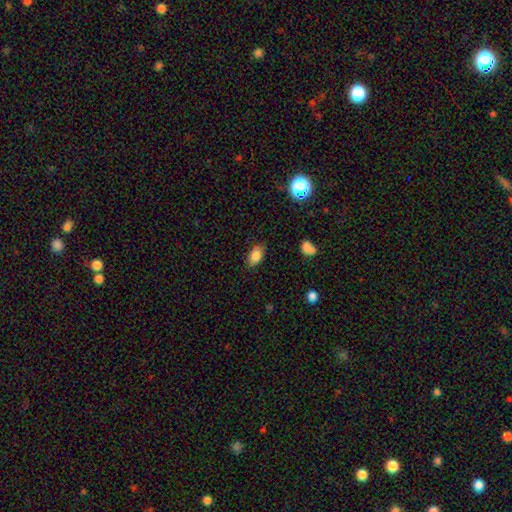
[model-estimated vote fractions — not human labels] Smooth or featured: smooth — 84% (star or artifact — 9%)
How rounded: in between — 89% (round — 9%)
Merging: none — 84% (minor disturbance — 12%)